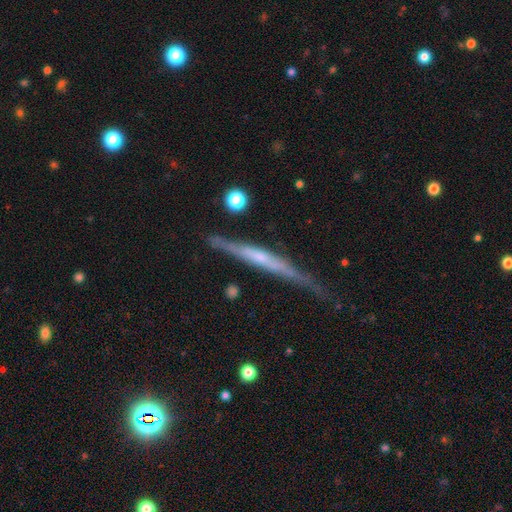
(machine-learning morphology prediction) Q: Smooth or featured?
A: featured or disk (67%); runner-up: smooth (27%)
Q: Edge-on disk?
A: yes (94%); runner-up: no (6%)
Q: Edge-on bulge?
A: none (56%); runner-up: rounded (31%)
Q: Merging?
A: none (68%); runner-up: minor disturbance (23%)